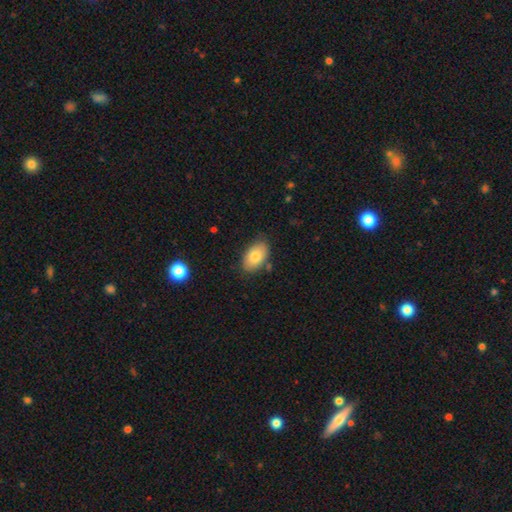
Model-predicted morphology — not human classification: Smooth or featured?
  - smooth: 80% *
  - featured or disk: 12%
  - star or artifact: 7%
How rounded?
  - in between: 93% *
  - round: 6%
  - cigar-shaped: 1%
Merging?
  - none: 81% *
  - minor disturbance: 13%
  - merger: 3%
  - major disturbance: 3%